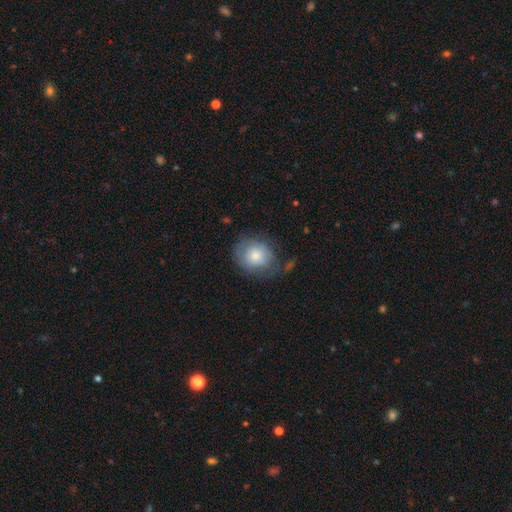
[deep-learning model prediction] A smooth galaxy with no disk features (70%) that is round (74%).

Vote fractions:
- Smooth or featured? smooth: 70% / featured or disk: 23% / star or artifact: 7%
- How rounded? round: 74% / in between: 26% / cigar-shaped: 1%
- Merging? none: 53% / minor disturbance: 27% / major disturbance: 17% / merger: 3%